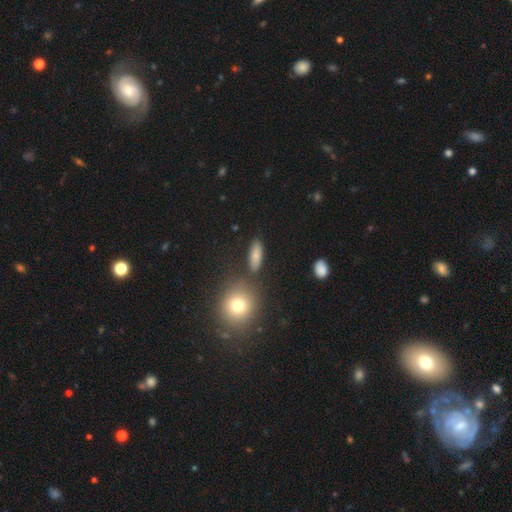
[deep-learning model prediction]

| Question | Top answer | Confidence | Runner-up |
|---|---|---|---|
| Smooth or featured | smooth | 79% | featured or disk (12%) |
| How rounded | in between | 63% | cigar-shaped (31%) |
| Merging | none | 81% | minor disturbance (11%) |